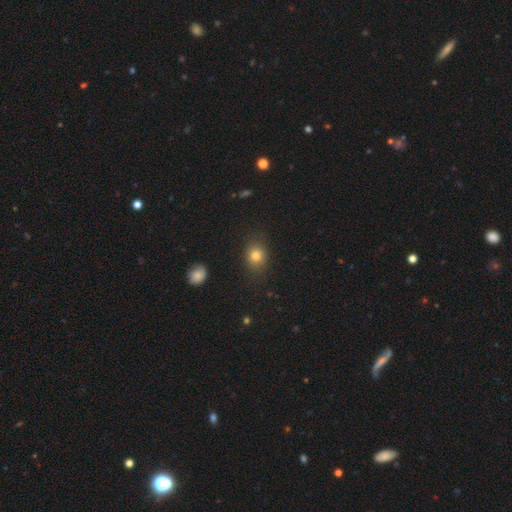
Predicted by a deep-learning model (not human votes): The model was most divided on "how rounded": round: 60%, in between: 38%, cigar-shaped: 1%. More confident: merging — none (80%); smooth or featured — smooth (79%).